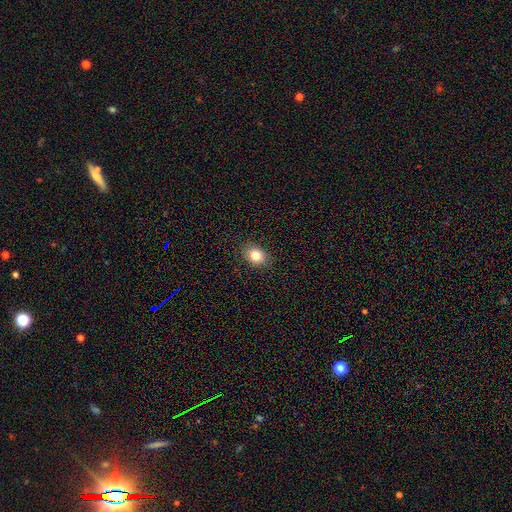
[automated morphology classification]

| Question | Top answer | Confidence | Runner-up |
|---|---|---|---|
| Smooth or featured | smooth | 81% | star or artifact (11%) |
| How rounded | in between | 56% | round (43%) |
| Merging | none | 89% | minor disturbance (8%) |